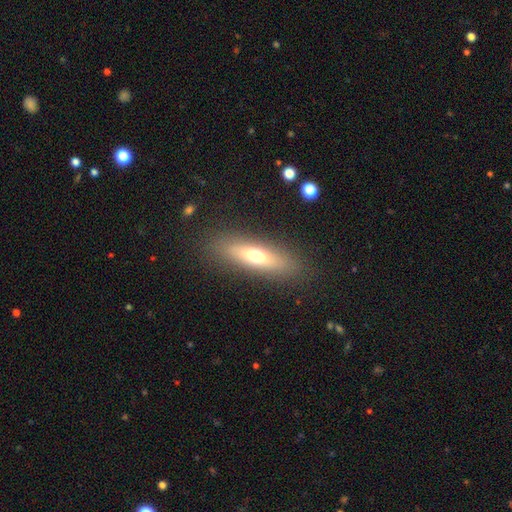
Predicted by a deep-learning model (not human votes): Smooth or featured? Predicted: smooth (p=0.60). How rounded? Predicted: cigar-shaped (p=0.56). Merging? Predicted: none (p=0.86).